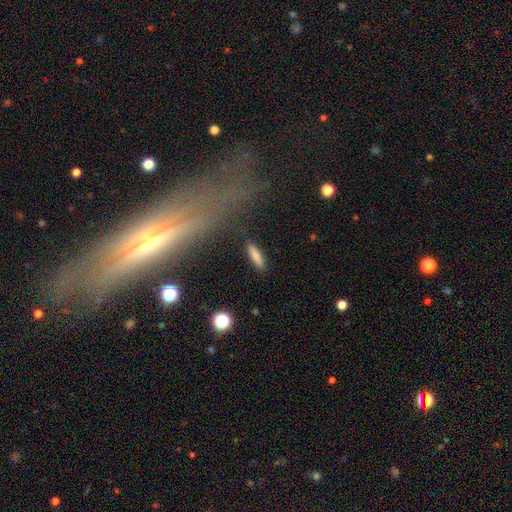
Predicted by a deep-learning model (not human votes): smooth 82%, featured or disk 10%, star or artifact 7%. Down the decision tree: how rounded — cigar-shaped (70%); merging — none (87%).